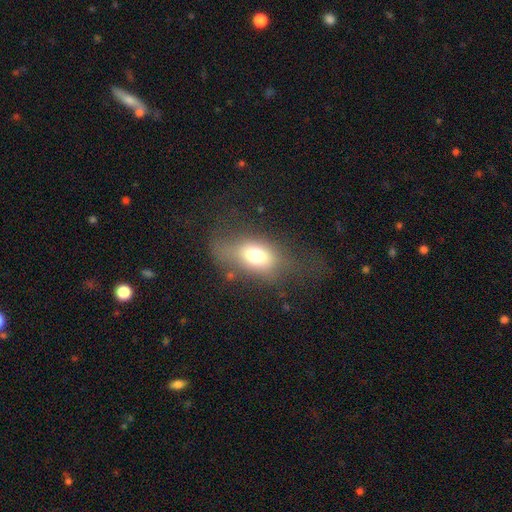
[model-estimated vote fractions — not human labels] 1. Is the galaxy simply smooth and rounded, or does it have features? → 69% smooth, 20% featured or disk, 11% star or artifact.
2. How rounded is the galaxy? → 82% in between, 15% round, 4% cigar-shaped.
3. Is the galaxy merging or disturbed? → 49% none, 26% major disturbance, 23% minor disturbance, 2% merger.